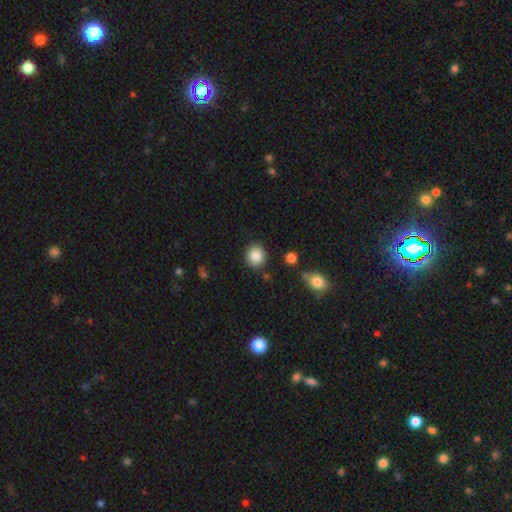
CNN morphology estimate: smooth 86%, star or artifact 9%, featured or disk 5%. Down the decision tree: how rounded — round (79%); merging — none (87%).